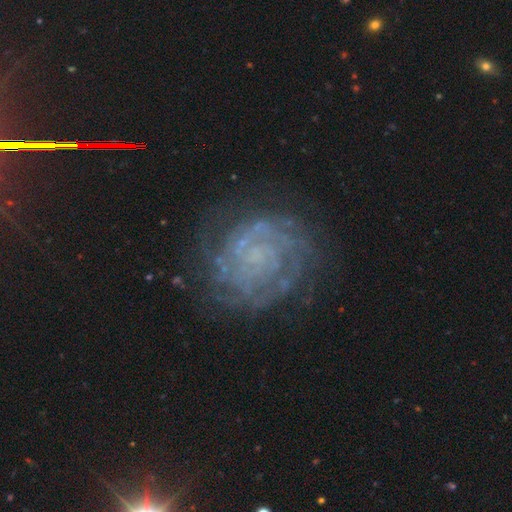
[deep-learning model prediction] Overall: featured or disk (80%). Edge-on disk: no (98%). Bar: no (75%). Spiral arms: yes (93%). Spiral arm count: can't tell (39%; 2 19%). Spiral winding: tight (73%). Bulge size: small (46%; none 43%). Merging: none (75%).